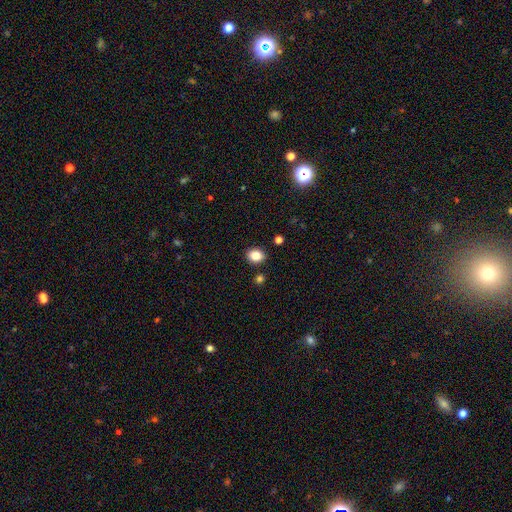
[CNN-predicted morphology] This appears to be a smooth galaxy with no disk features (85%) that is round (50%). Merging: none (87%).